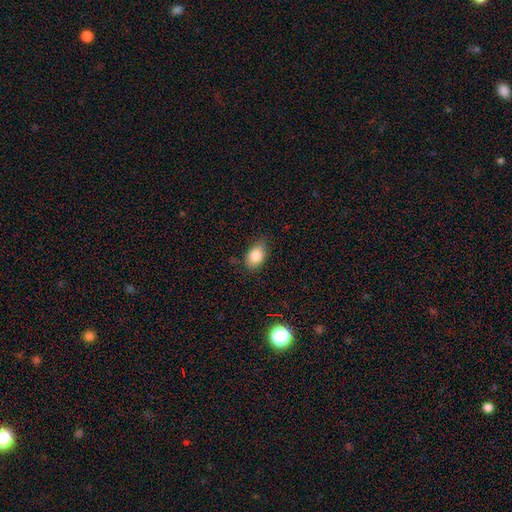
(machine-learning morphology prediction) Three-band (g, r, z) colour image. It shows a smooth galaxy with no disk features (85%) that is in between round and cigar-shaped (86%). Merging: none (74%).